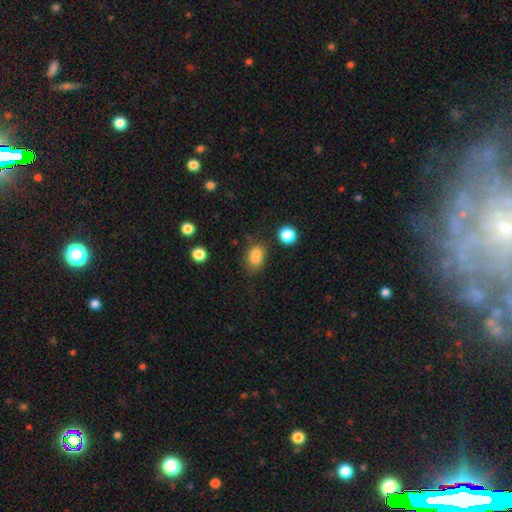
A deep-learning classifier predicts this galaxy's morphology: A smooth galaxy with no disk features (75%) that is in between round and cigar-shaped (63%).

Vote fractions:
- Smooth or featured? smooth: 75% / featured or disk: 12% / star or artifact: 12%
- How rounded? in between: 63% / round: 35% / cigar-shaped: 2%
- Merging? none: 42% / merger: 34% / minor disturbance: 16% / major disturbance: 7%